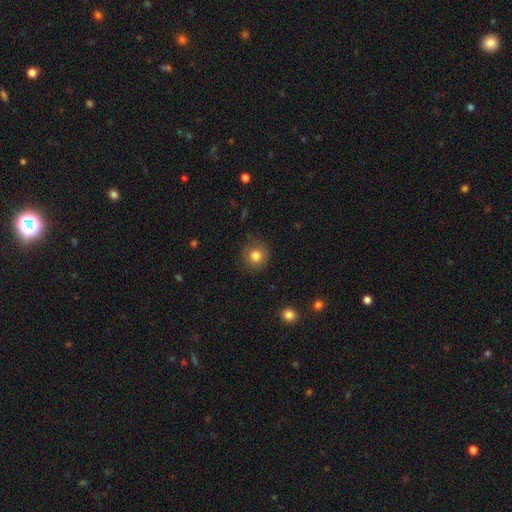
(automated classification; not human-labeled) Q: Smooth or featured?
A: smooth (81%); runner-up: star or artifact (11%)
Q: How rounded?
A: round (90%); runner-up: in between (9%)
Q: Merging?
A: none (85%); runner-up: minor disturbance (10%)